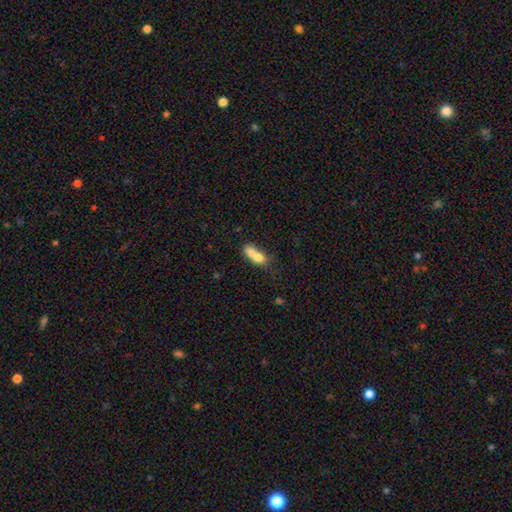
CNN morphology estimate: Overall: smooth (68%). How rounded: in between (65%). Merging: merger (65%).